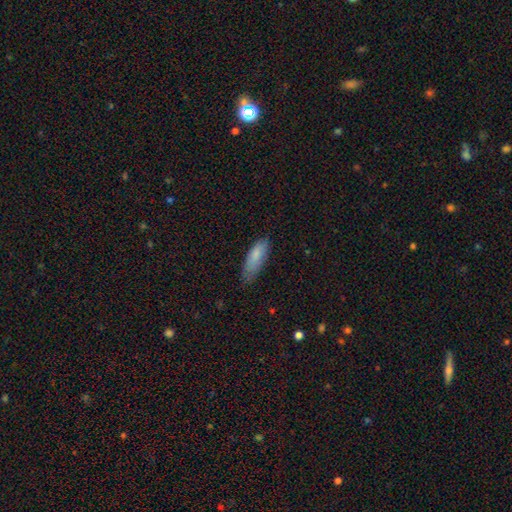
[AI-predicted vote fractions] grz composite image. It shows a smooth galaxy with no disk features (83%) that is in between round and cigar-shaped (65%). Merging: none (61%).